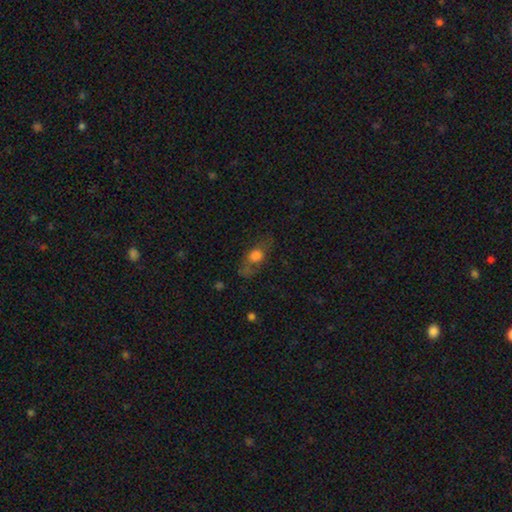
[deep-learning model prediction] smooth-or-featured: smooth: 59% | featured or disk: 29% | star or artifact: 12%
  how-rounded: in between: 62% | round: 28% | cigar-shaped: 11%
  merging: none: 60% | minor disturbance: 20% | major disturbance: 16% | merger: 4%